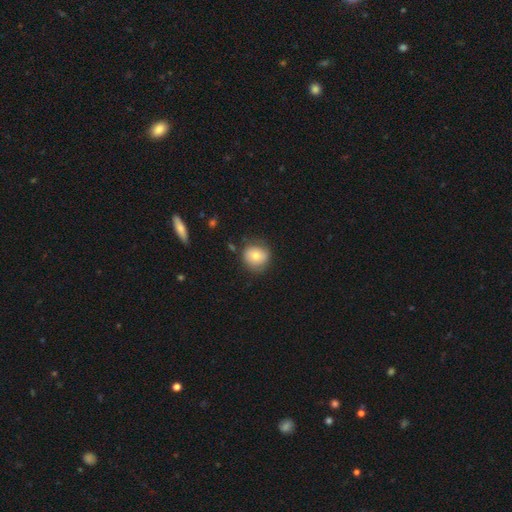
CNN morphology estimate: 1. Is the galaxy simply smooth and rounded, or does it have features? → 73% smooth, 19% featured or disk, 9% star or artifact.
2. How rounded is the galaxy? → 86% round, 13% in between, 1% cigar-shaped.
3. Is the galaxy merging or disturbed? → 75% none, 18% minor disturbance, 5% major disturbance, 2% merger.